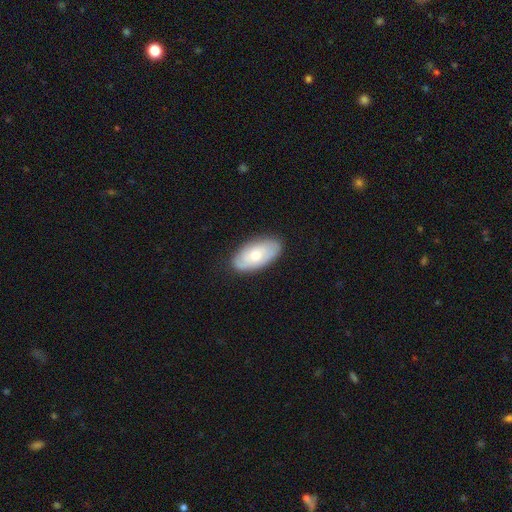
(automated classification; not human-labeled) A smooth galaxy with no disk features (52%) that is in between round and cigar-shaped (93%).

Vote fractions:
- Smooth or featured? smooth: 52% / featured or disk: 43% / star or artifact: 6%
- How rounded? in between: 93% / round: 4% / cigar-shaped: 3%
- Merging? none: 82% / minor disturbance: 14% / major disturbance: 3% / merger: 1%